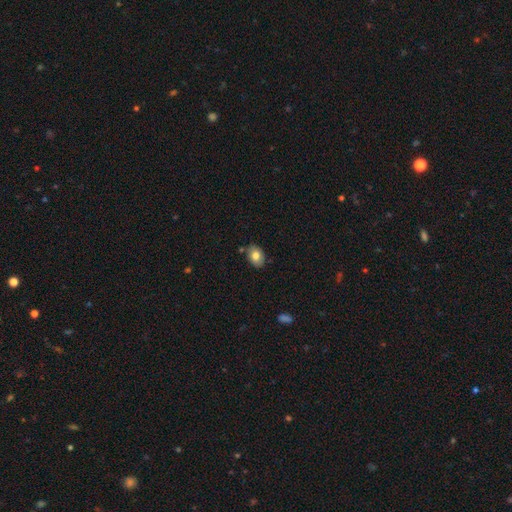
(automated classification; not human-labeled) A smooth galaxy with no disk features (77%) that is in between round and cigar-shaped (79%). Merging: none (79%).